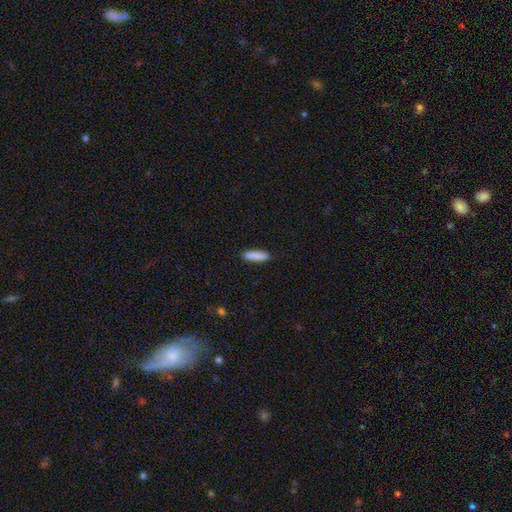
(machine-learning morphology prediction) smooth-or-featured: smooth: 89% | star or artifact: 6% | featured or disk: 5%
  how-rounded: cigar-shaped: 71% | in between: 27% | round: 2%
  merging: none: 91% | minor disturbance: 7% | major disturbance: 2% | merger: 1%